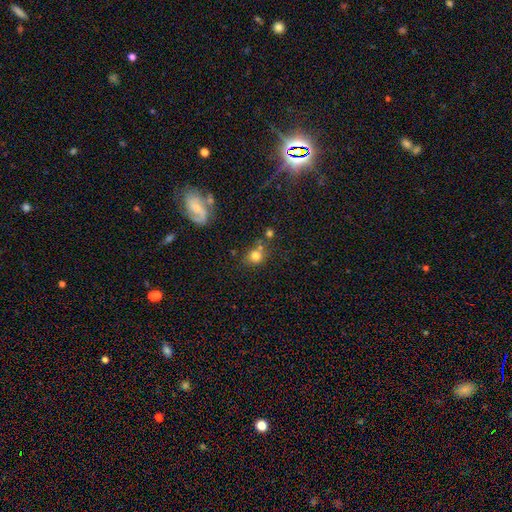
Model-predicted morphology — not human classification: smooth 76%, star or artifact 14%, featured or disk 10%. Down the decision tree: how rounded — round (77%); merging — none (58%).